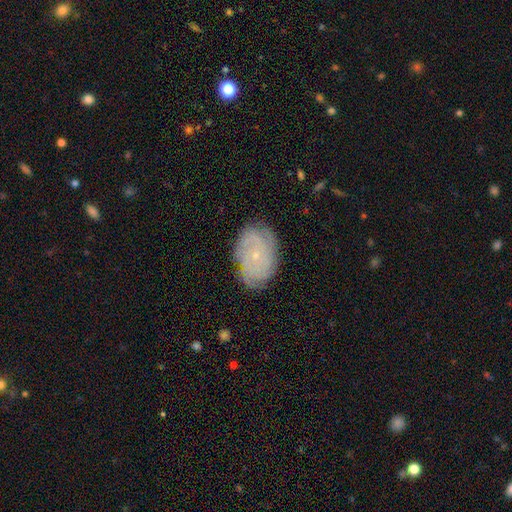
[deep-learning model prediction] Smooth or featured? featured or disk (73%)
Edge-on disk? no (97%)
Bar? no (83%)
Spiral arms? yes (92%)
Spiral winding? tight (71%)
Spiral arm count? can't tell (39%)
Bulge size? small (84%)
Merging? none (79%)